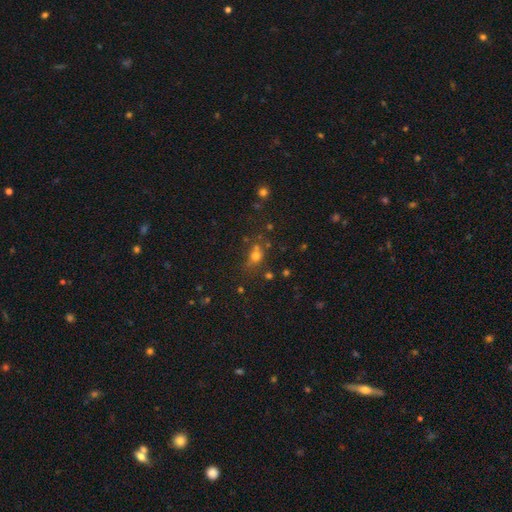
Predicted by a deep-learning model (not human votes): Morphology: type=smooth (62%); roundness=round (51%); merging=none (57%).